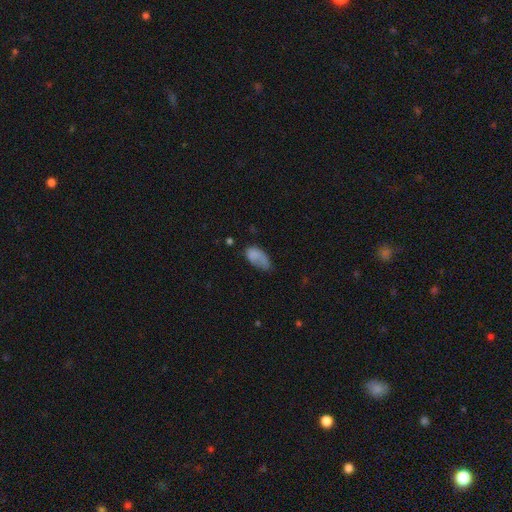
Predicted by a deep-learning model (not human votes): Overall: smooth (76%). How rounded: in between (93%). Merging: none (38%; minor disturbance 35%).